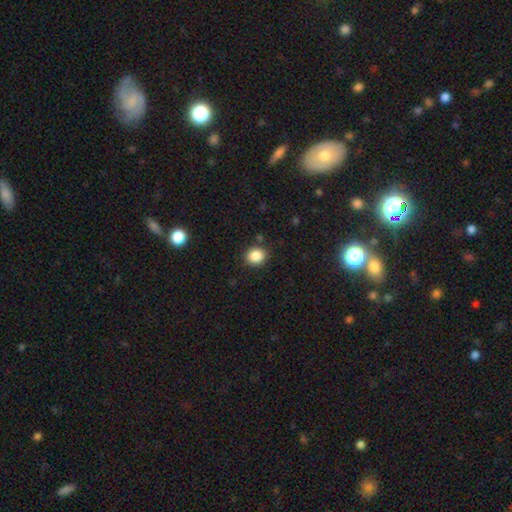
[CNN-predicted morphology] Smooth or featured: smooth — 86% (star or artifact — 10%)
How rounded: round — 74% (in between — 25%)
Merging: none — 87% (minor disturbance — 9%)